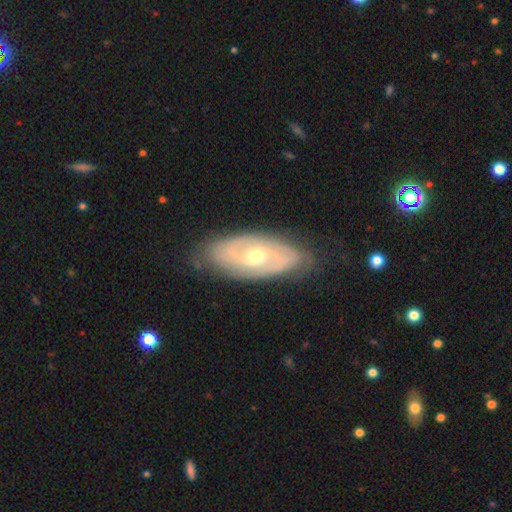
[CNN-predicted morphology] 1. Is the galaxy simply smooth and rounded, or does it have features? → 78% featured or disk, 17% smooth, 5% star or artifact.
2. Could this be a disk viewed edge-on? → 91% no, 9% yes.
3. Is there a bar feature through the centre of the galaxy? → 45% no, 41% weak, 14% strong.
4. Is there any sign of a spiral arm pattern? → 81% yes, 19% no.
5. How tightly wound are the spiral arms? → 53% tight, 34% medium, 13% loose.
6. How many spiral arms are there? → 64% 2, 24% can't tell, 5% 3, 3% 1, 2% 4, 2% more than 4.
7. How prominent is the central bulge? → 64% moderate, 31% small, 3% large, 1% none, 1% dominant.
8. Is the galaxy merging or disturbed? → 79% none, 16% minor disturbance, 4% major disturbance, 1% merger.